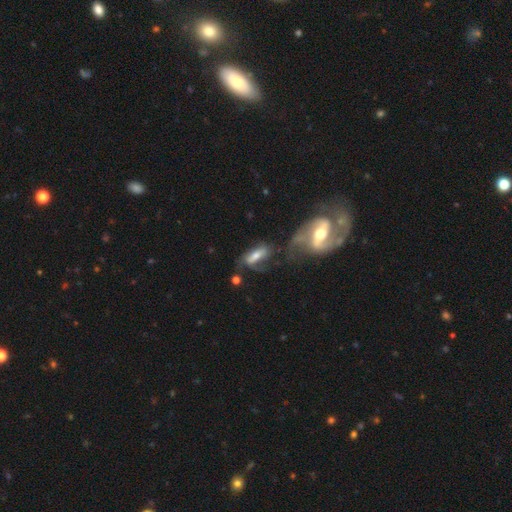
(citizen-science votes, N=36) Smooth or featured? 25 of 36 (69%) said featured or disk. Edge-on disk? 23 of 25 (92%) said no. Bar? 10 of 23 (43%) said weak. Spiral arms? 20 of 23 (87%) said yes. Spiral winding? 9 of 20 (45%) said loose. Spiral arm count? 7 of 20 (35%, tied with can't tell) said 2. Bulge size? 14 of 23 (61%) said moderate. Merging? 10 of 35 (29%) said none.